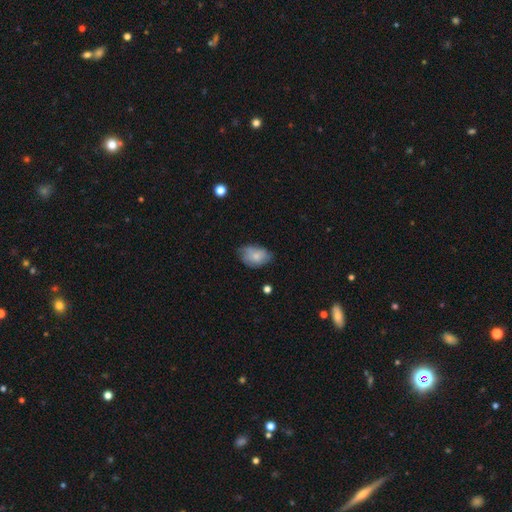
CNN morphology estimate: Overall: smooth (68%). How rounded: in between (84%). Merging: none (53%; minor disturbance 34%).